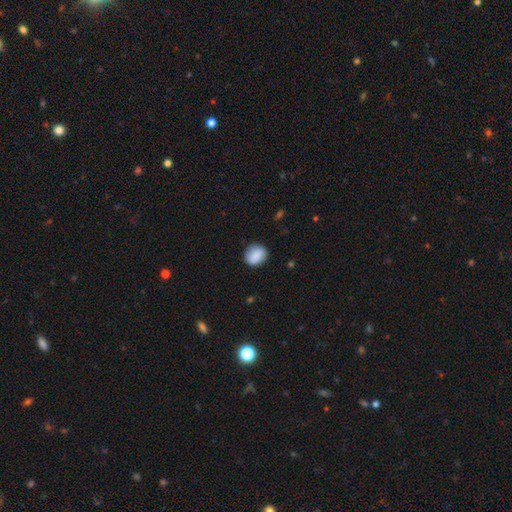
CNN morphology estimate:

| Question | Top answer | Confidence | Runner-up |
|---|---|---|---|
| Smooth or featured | smooth | 83% | featured or disk (10%) |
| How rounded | round | 60% | in between (39%) |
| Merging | none | 82% | minor disturbance (13%) |